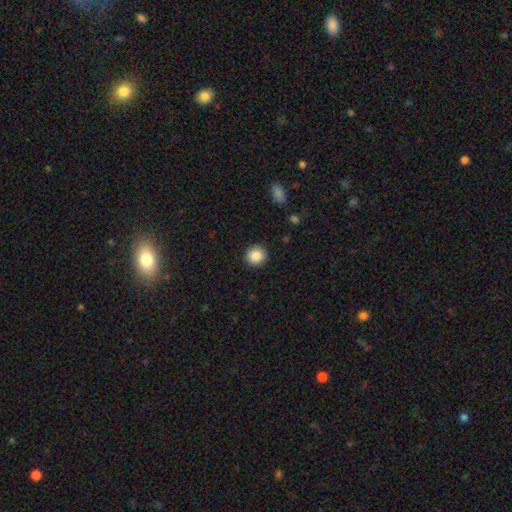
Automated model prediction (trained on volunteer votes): smooth-or-featured: smooth: 88% | star or artifact: 9% | featured or disk: 4%
  how-rounded: round: 92% | in between: 8% | cigar-shaped: 1%
  merging: none: 90% | minor disturbance: 7% | major disturbance: 2% | merger: 1%